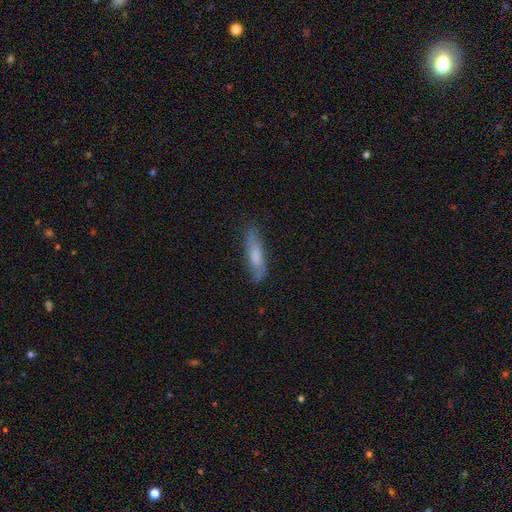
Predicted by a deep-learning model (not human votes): A smooth galaxy with no disk features (68%) that is cigar-shaped (72%).

Vote fractions:
- Smooth or featured? smooth: 68% / featured or disk: 25% / star or artifact: 6%
- How rounded? cigar-shaped: 72% / in between: 26% / round: 2%
- Merging? none: 78% / minor disturbance: 17% / major disturbance: 4% / merger: 1%